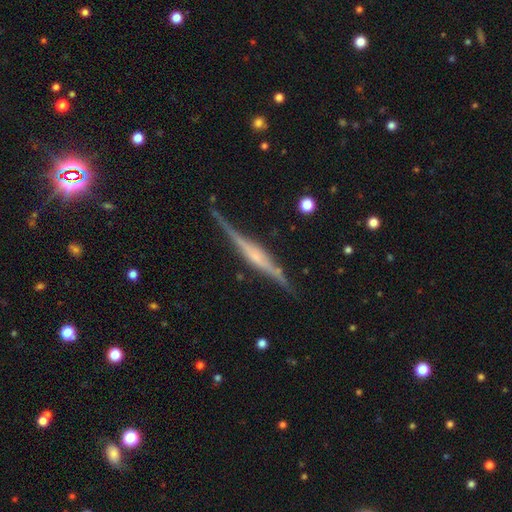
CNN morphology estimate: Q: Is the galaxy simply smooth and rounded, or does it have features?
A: featured or disk — 81%.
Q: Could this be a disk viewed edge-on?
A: yes — 98%.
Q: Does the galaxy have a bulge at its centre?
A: rounded — 46%.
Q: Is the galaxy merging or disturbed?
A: none — 81%.